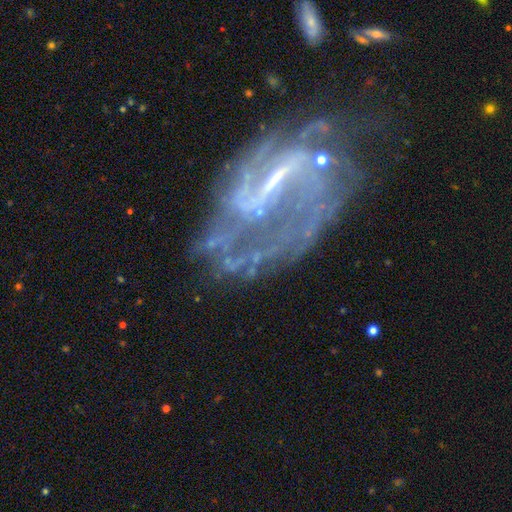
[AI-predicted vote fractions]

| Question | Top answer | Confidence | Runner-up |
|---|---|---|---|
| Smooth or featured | featured or disk | 86% | star or artifact (8%) |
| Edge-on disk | no | 96% | yes (4%) |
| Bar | strong | 51% | weak (37%) |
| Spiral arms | yes | 86% | no (14%) |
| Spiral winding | medium | 42% | loose (34%) |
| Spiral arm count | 2 | 44% | can't tell (27%) |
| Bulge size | small | 52% | none (25%) |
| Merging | none | 44% | major disturbance (29%) |